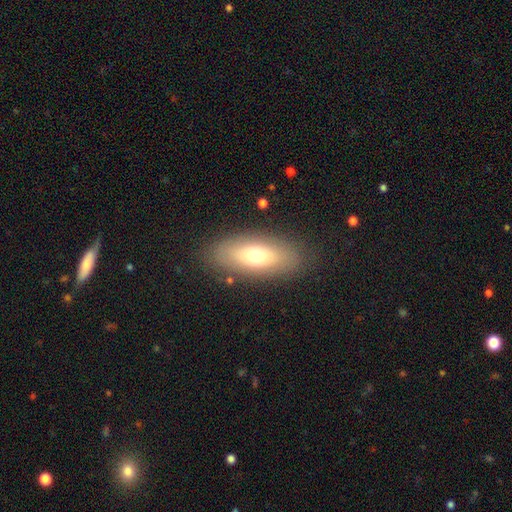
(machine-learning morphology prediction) This is likely a smooth galaxy (64%). How rounded: likely in between (79%). Merging: clearly none (85%).